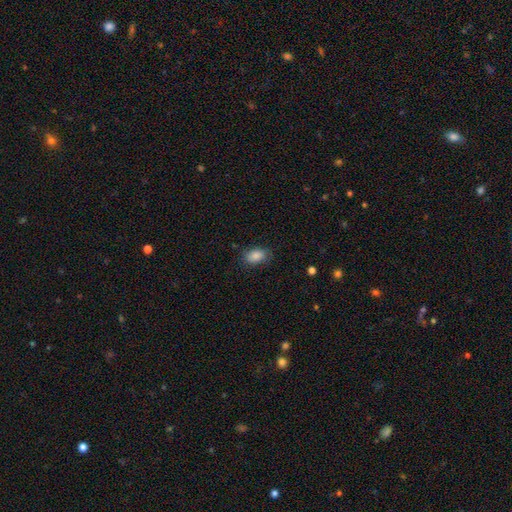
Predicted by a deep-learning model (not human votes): Q: Smooth or featured?
A: smooth (86%); runner-up: star or artifact (8%)
Q: How rounded?
A: in between (88%); runner-up: round (11%)
Q: Merging?
A: none (79%); runner-up: minor disturbance (16%)